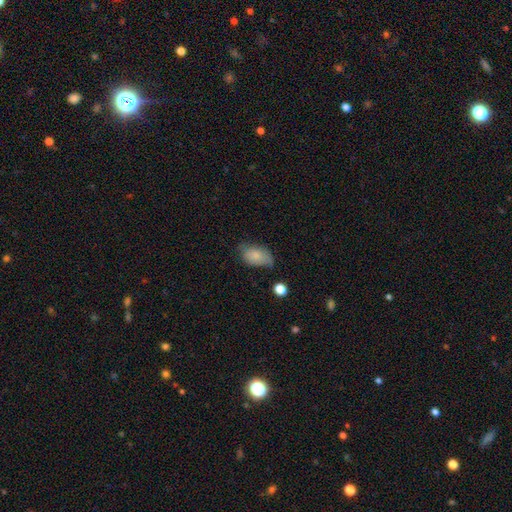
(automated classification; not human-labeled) Smooth or featured: smooth — 79% (featured or disk — 13%)
How rounded: in between — 90% (round — 8%)
Merging: none — 49% (minor disturbance — 36%)